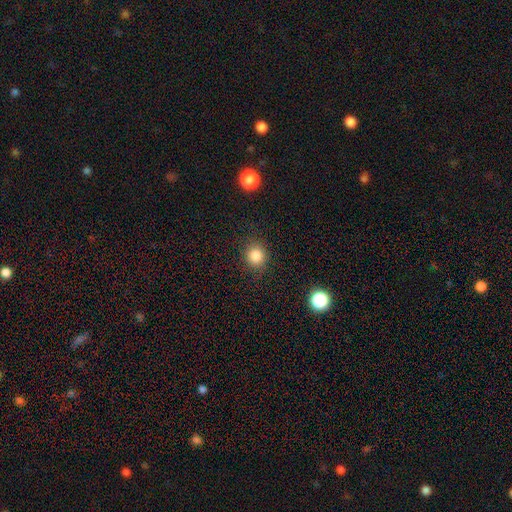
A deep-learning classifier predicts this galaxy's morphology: The model was most divided on "how rounded": round: 83%, in between: 16%, cigar-shaped: 1%. More confident: merging — none (86%); smooth or featured — smooth (83%).